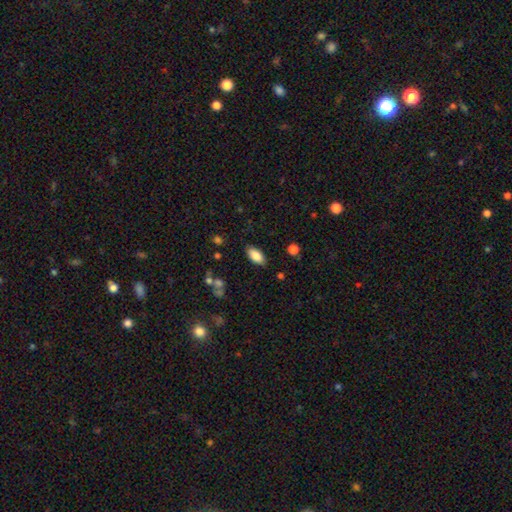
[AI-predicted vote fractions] Overall: smooth (84%). How rounded: in between (91%). Merging: none (86%).